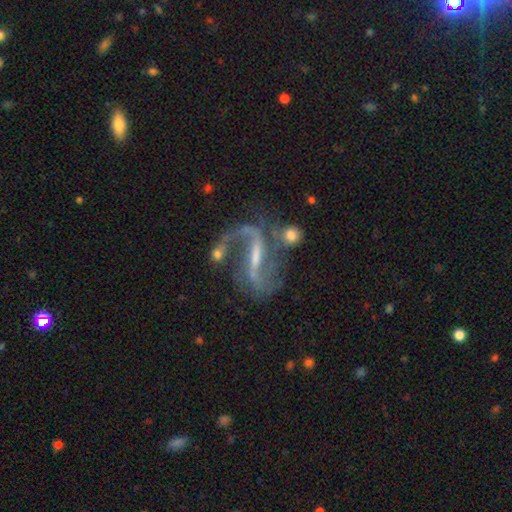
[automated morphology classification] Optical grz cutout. It shows a featured or disk galaxy (89%) with a strong bar (60%), 2 (88%) loose (64%) spiral arms (95%) and a small central bulge (50%). Merging: none (51%).